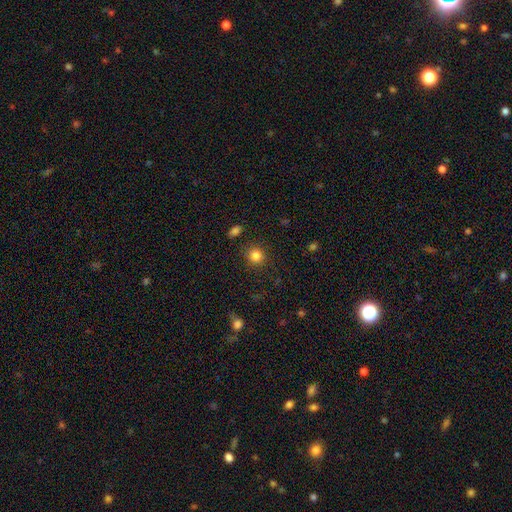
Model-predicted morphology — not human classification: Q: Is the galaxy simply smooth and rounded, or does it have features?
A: smooth — 83%.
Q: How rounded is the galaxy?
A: round — 87%.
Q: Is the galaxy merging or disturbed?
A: none — 88%.